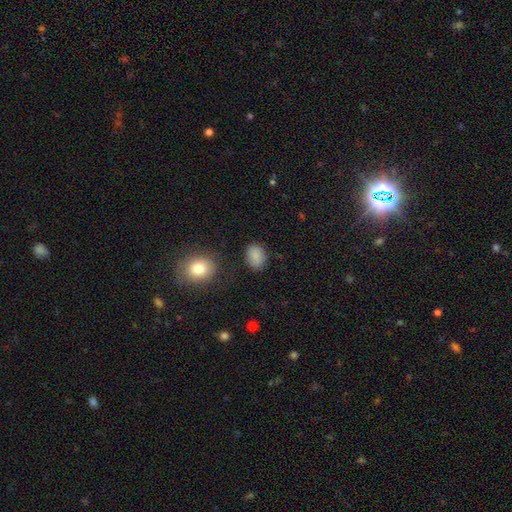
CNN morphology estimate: A smooth galaxy with no disk features (87%) that is in between round and cigar-shaped (69%).

Vote fractions:
- Smooth or featured? smooth: 87% / star or artifact: 9% / featured or disk: 4%
- How rounded? in between: 69% / round: 30% / cigar-shaped: 1%
- Merging? none: 82% / minor disturbance: 12% / major disturbance: 3% / merger: 2%